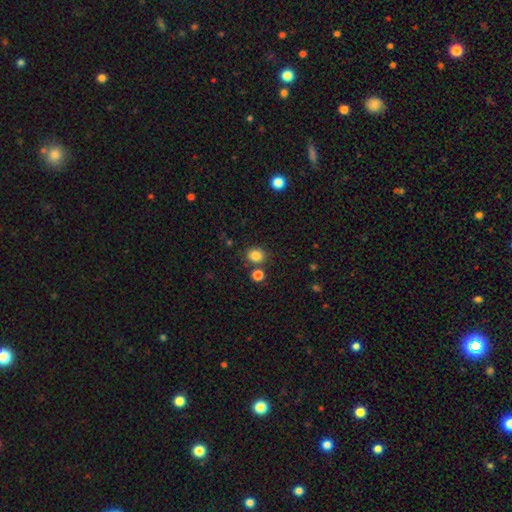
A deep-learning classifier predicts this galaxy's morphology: Smooth or featured? Predicted: smooth (p=0.84). How rounded? Predicted: round (p=0.75). Merging? Predicted: none (p=0.78).